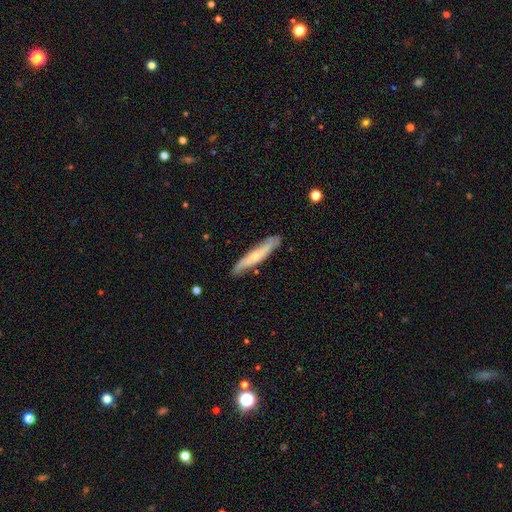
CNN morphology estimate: The model was most divided on "smooth or featured": featured or disk: 51%, smooth: 43%, star or artifact: 6%. More confident: merging — none (80%); edge-on disk — yes (64%).